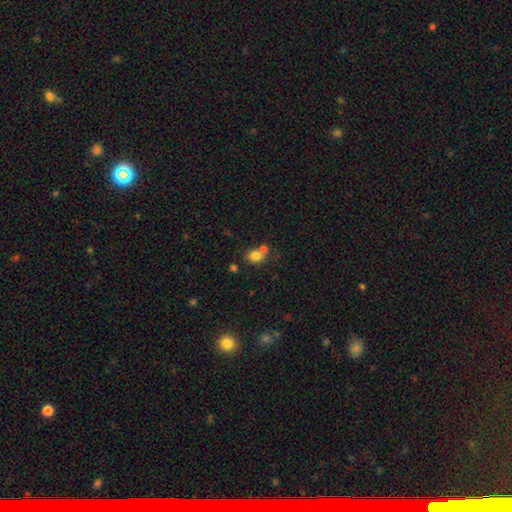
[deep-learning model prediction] Smooth or featured? smooth (80%)
How rounded? round (60%)
Merging? none (52%)